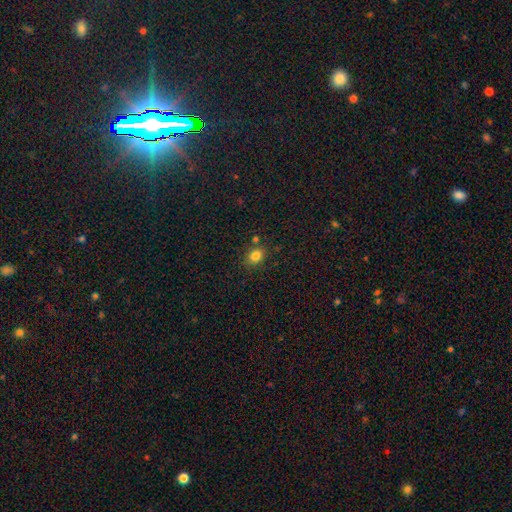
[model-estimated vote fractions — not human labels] This is clearly a smooth galaxy (82%). How rounded: possibly in between (55%). Merging: likely none (76%).